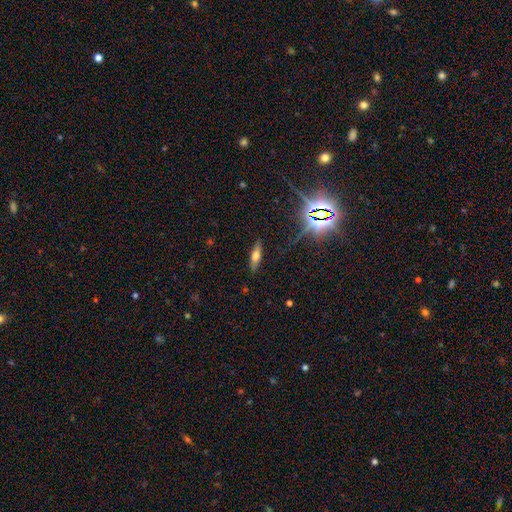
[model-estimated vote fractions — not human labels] smooth_or_featured: smooth (p=0.54) [alt: featured or disk p=0.31]
how_rounded: cigar-shaped (p=0.49) [alt: in between p=0.48]
merging: none (p=0.85) [alt: minor disturbance p=0.11]